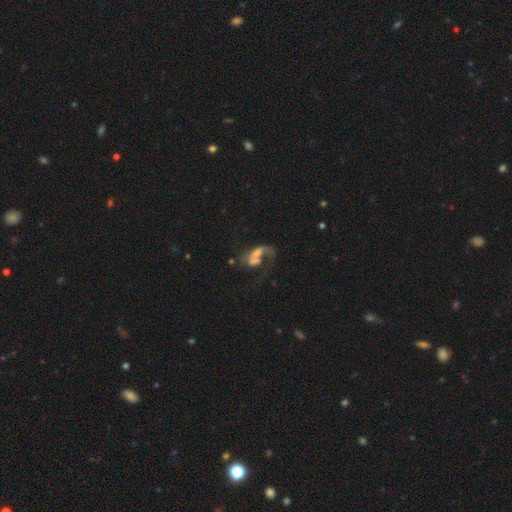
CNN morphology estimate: Smooth or featured? Predicted: featured or disk (p=0.56). Edge-on disk? Predicted: no (p=0.95). Bar? Predicted: no (p=0.68). Spiral arms? Predicted: yes (p=0.51). Bulge size? Predicted: none (p=0.35). Merging? Predicted: major disturbance (p=0.37).